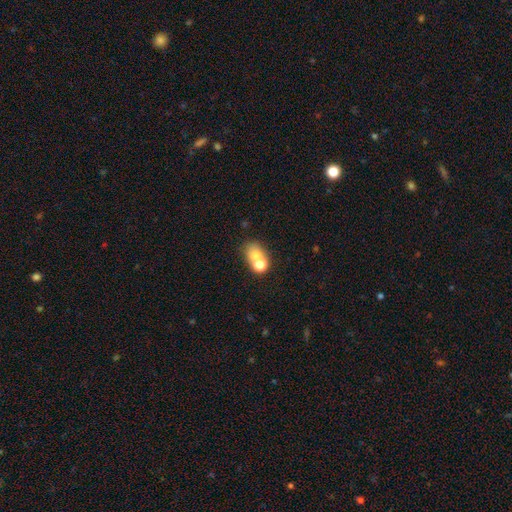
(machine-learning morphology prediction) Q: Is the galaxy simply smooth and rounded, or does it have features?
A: smooth — 70%.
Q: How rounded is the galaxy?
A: in between — 52%.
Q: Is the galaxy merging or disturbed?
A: merger — 51%.